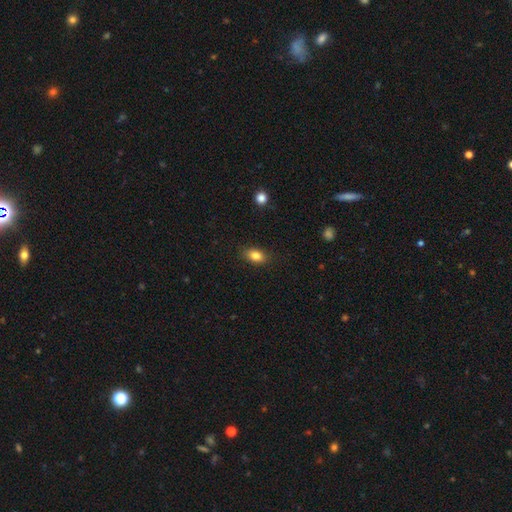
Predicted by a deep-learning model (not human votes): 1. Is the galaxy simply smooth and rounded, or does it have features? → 84% smooth, 9% star or artifact, 7% featured or disk.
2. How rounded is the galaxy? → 83% in between, 14% round, 3% cigar-shaped.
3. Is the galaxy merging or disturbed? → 86% none, 11% minor disturbance, 3% major disturbance, 1% merger.